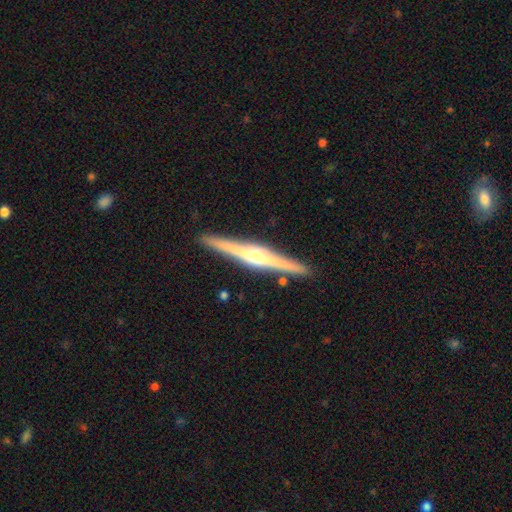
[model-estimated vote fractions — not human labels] featured or disk 83%, smooth 12%, star or artifact 5%. Down the decision tree: edge-on disk — yes (98%); edge-on bulge — rounded (91%); merging — none (92%).